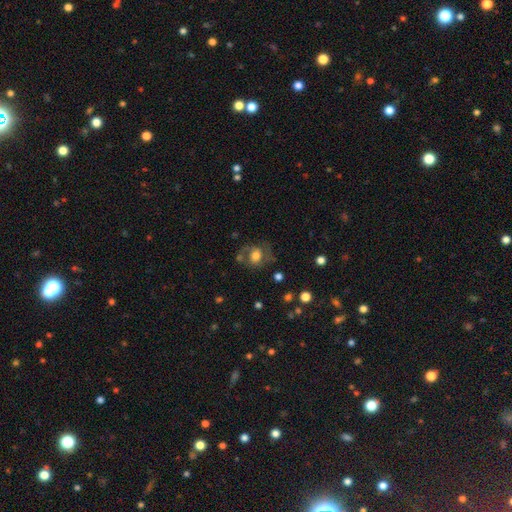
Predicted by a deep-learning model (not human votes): A featured or disk galaxy (46%). Merging: none (55%).